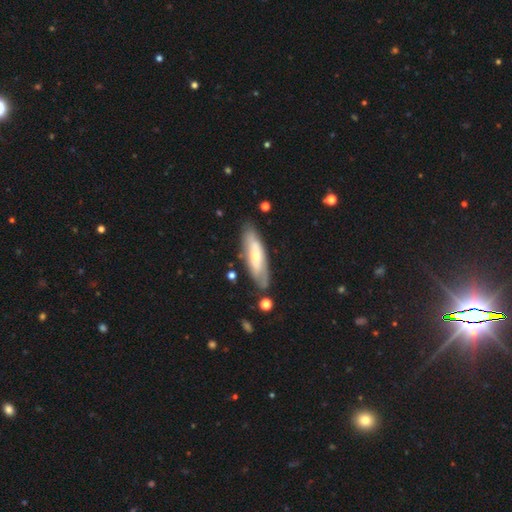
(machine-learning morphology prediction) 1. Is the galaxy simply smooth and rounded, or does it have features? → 50% featured or disk, 44% smooth, 5% star or artifact.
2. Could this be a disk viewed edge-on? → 64% no, 36% yes.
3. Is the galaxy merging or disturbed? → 76% none, 16% minor disturbance, 4% major disturbance, 3% merger.